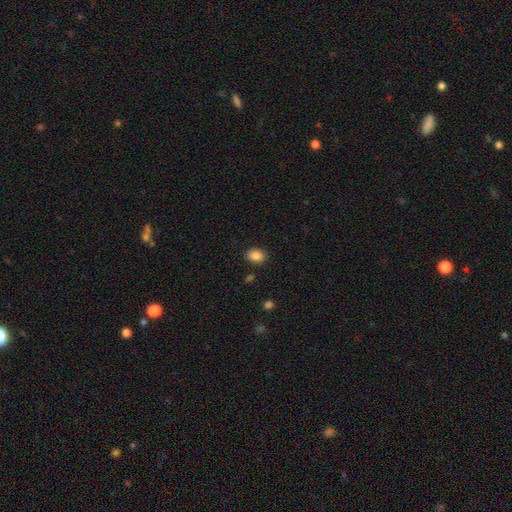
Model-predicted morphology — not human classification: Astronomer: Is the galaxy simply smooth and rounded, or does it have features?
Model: smooth — 86%.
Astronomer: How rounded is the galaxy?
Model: in between — 71%.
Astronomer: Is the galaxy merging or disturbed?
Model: none — 86%.